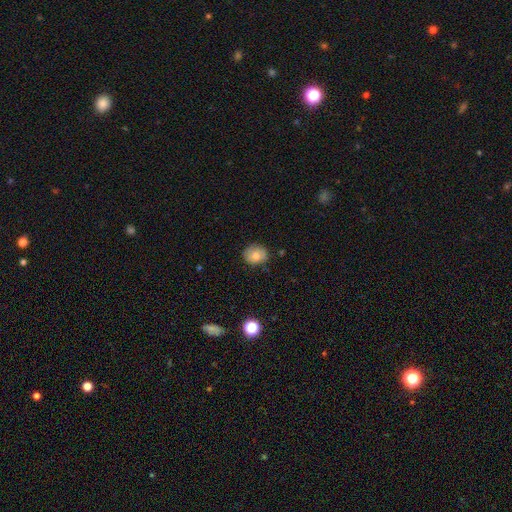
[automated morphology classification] Smooth or featured? smooth (76%)
How rounded? round (61%)
Merging? none (77%)